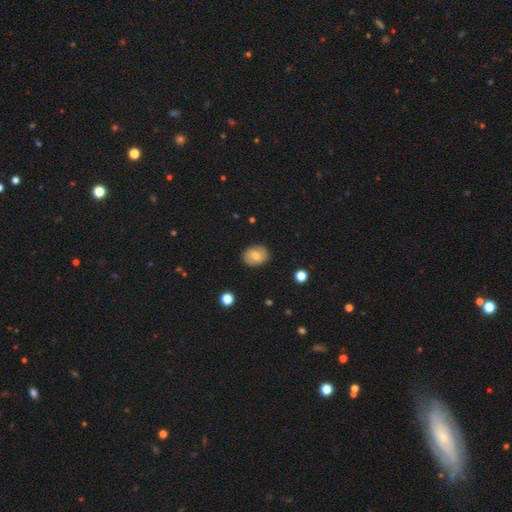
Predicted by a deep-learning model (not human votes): A smooth galaxy with no disk features (71%) that is in between round and cigar-shaped (50%).

Vote fractions:
- Smooth or featured? smooth: 71% / featured or disk: 20% / star or artifact: 9%
- How rounded? in between: 50% / round: 49% / cigar-shaped: 1%
- Merging? none: 86% / minor disturbance: 10% / major disturbance: 2% / merger: 1%